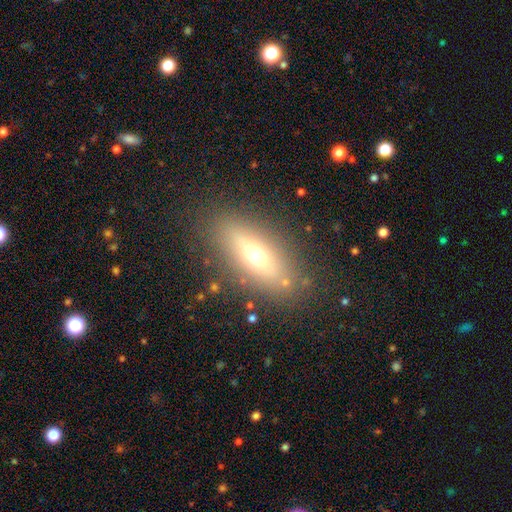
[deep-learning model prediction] This appears to be a smooth galaxy with no disk features (52%) that is in between round and cigar-shaped (60%). Merging: none (83%).